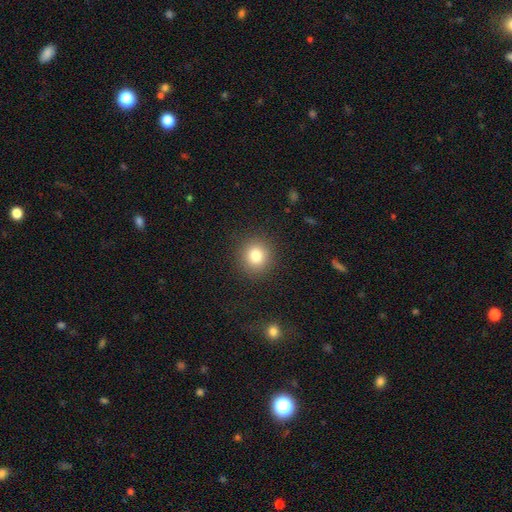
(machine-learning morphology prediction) smooth_or_featured: smooth (p=0.81) [alt: star or artifact p=0.11]
how_rounded: round (p=0.88) [alt: in between p=0.11]
merging: none (p=0.90) [alt: minor disturbance p=0.07]